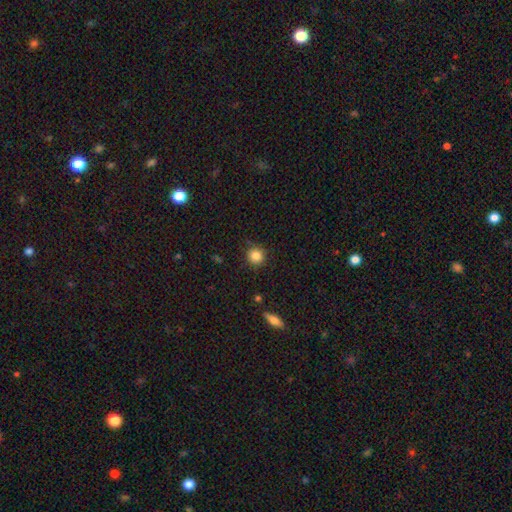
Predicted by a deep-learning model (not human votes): A smooth galaxy with no disk features (85%) that is round (93%).

Vote fractions:
- Smooth or featured? smooth: 85% / star or artifact: 10% / featured or disk: 5%
- How rounded? round: 93% / in between: 6% / cigar-shaped: 1%
- Merging? none: 85% / minor disturbance: 11% / major disturbance: 3% / merger: 2%